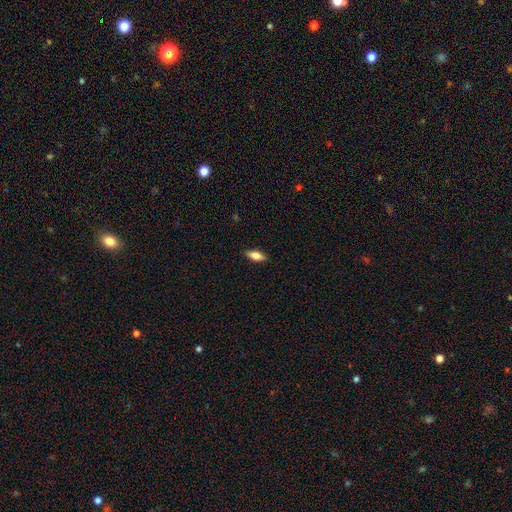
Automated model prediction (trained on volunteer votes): smooth_or_featured: smooth (p=0.75) [alt: featured or disk p=0.18]
how_rounded: in between (p=0.78) [alt: cigar-shaped p=0.20]
merging: none (p=0.88) [alt: minor disturbance p=0.09]